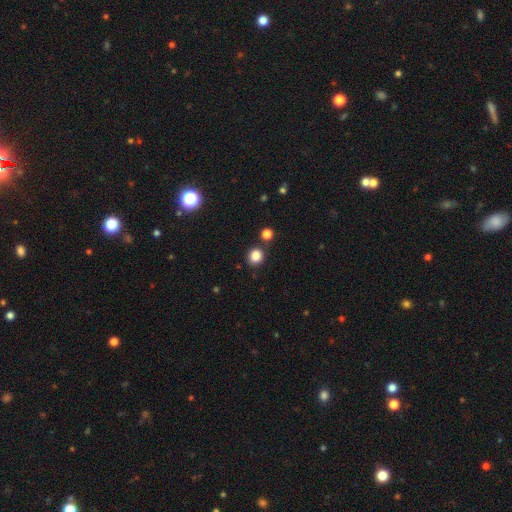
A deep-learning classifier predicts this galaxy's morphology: Smooth or featured? Predicted: smooth (p=0.84). How rounded? Predicted: round (p=0.81). Merging? Predicted: none (p=0.80).